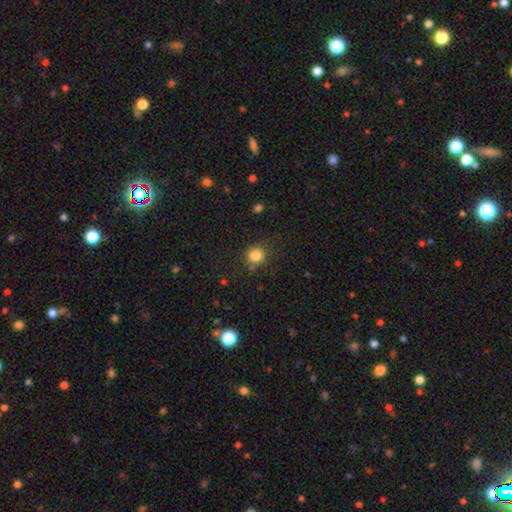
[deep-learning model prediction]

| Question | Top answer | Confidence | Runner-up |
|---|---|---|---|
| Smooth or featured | smooth | 83% | star or artifact (12%) |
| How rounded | round | 89% | in between (10%) |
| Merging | none | 80% | minor disturbance (12%) |